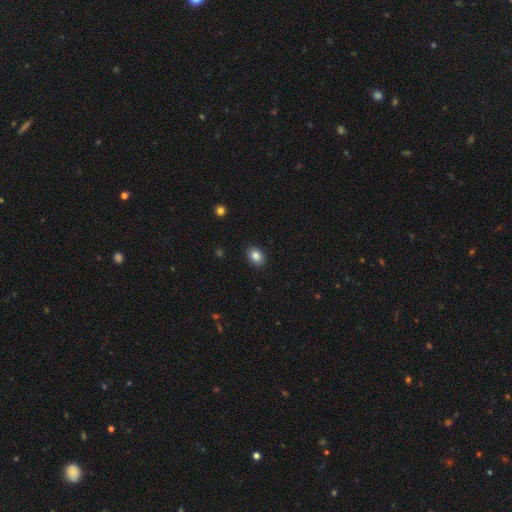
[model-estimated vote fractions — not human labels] Smooth or featured? Predicted: smooth (p=0.86). How rounded? Predicted: in between (p=0.70). Merging? Predicted: none (p=0.89).